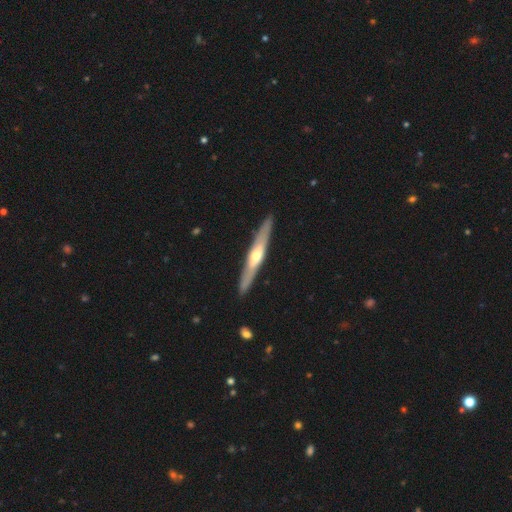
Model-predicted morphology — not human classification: A featured or disk galaxy (65%) viewed edge-on (93%) with a rounded central bulge (84%). Merging: none (91%).